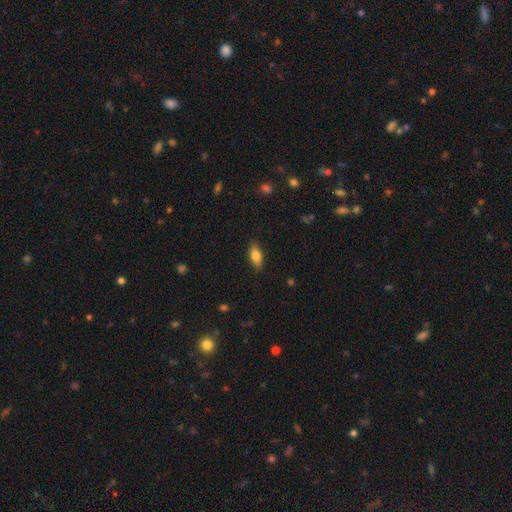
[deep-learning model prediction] The model was most divided on "smooth or featured": smooth: 77%, featured or disk: 15%, star or artifact: 7%. More confident: merging — none (85%); how rounded — in between (81%).